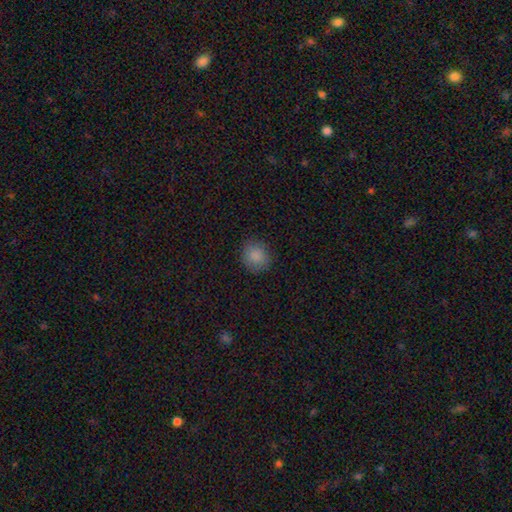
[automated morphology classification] smooth_or_featured: smooth (p=0.87) [alt: star or artifact p=0.10]
how_rounded: round (p=0.87) [alt: in between p=0.13]
merging: none (p=0.88) [alt: minor disturbance p=0.08]